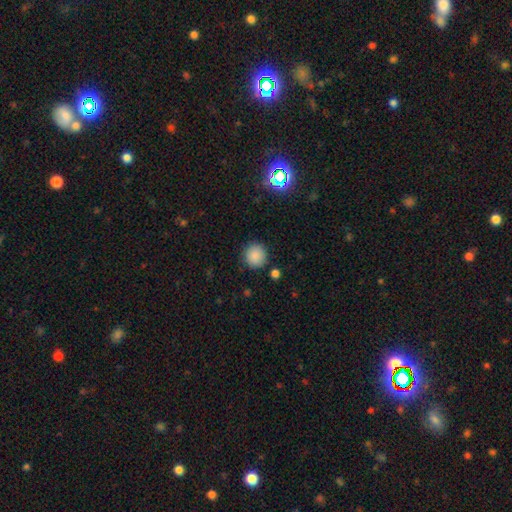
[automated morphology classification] smooth_or_featured: smooth (p=0.86) [alt: star or artifact p=0.10]
how_rounded: round (p=0.93) [alt: in between p=0.06]
merging: none (p=0.87) [alt: minor disturbance p=0.08]